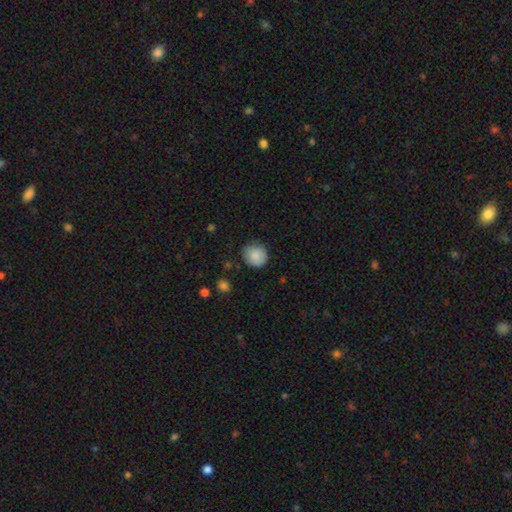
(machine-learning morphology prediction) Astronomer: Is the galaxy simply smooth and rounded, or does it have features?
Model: smooth — 88%.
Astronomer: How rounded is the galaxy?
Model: round — 89%.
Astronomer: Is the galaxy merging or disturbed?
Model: none — 83%.